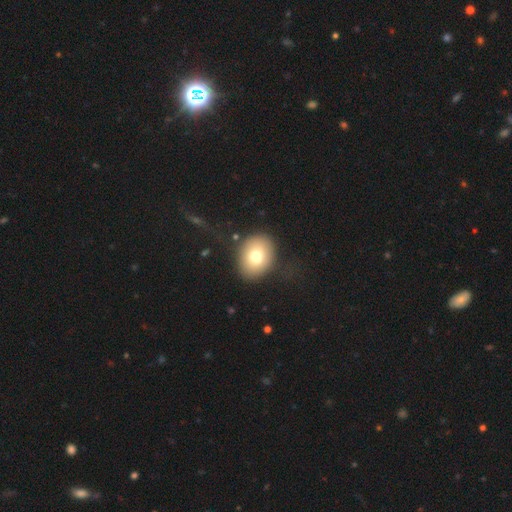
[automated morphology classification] smooth_or_featured: smooth (p=0.72) [alt: featured or disk p=0.18]
how_rounded: in between (p=0.51) [alt: round p=0.48]
merging: none (p=0.73) [alt: minor disturbance p=0.15]